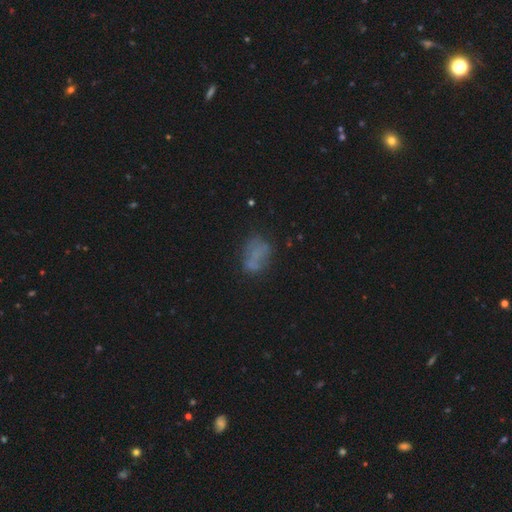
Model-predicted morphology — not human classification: Overall: smooth (53%; featured or disk 31%). How rounded: in between (75%). Merging: none (53%; minor disturbance 22%).